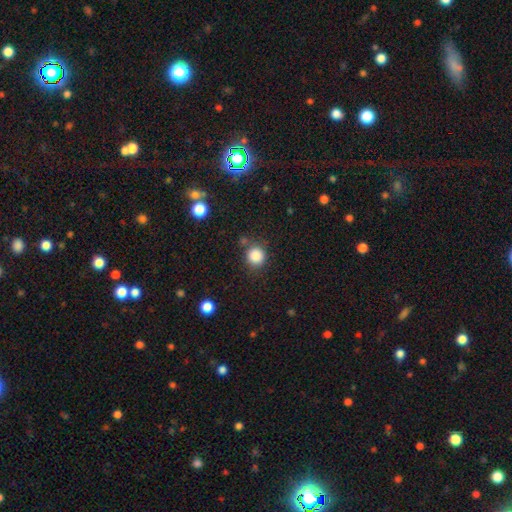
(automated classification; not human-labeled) The model was most divided on "merging": none: 78%, minor disturbance: 12%, merger: 6%, major disturbance: 4%. More confident: how rounded — round (91%); smooth or featured — smooth (85%).